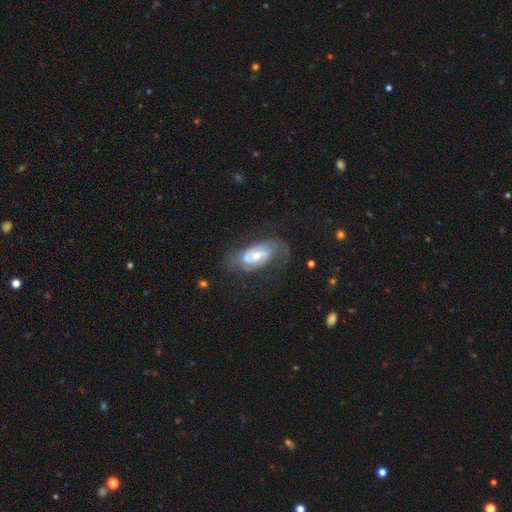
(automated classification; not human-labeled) Smooth or featured? featured or disk (74%)
Edge-on disk? no (94%)
Bar? weak (43%)
Spiral arms? yes (84%)
Spiral winding? medium (41%)
Spiral arm count? 2 (61%)
Bulge size? moderate (58%)
Merging? none (50%)